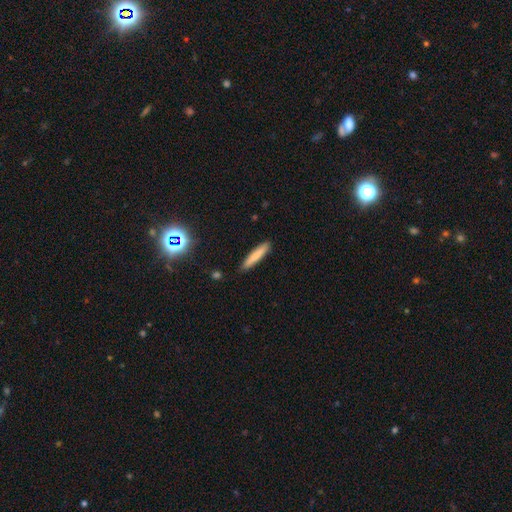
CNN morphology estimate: The model was most divided on "smooth or featured": smooth: 78%, featured or disk: 15%, star or artifact: 7%. More confident: how rounded — cigar-shaped (91%); merging — none (87%).